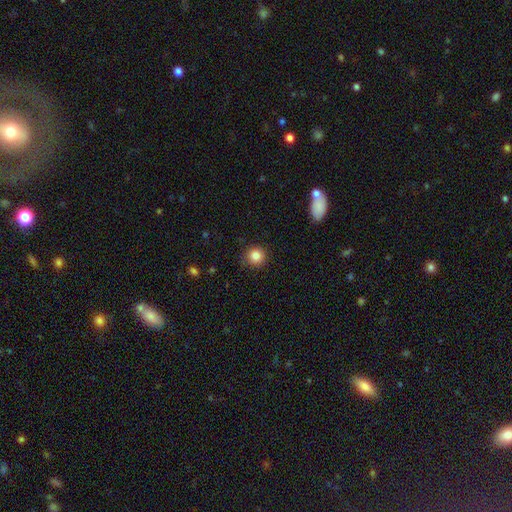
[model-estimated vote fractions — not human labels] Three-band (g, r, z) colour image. It shows a smooth galaxy with no disk features (85%) that is round (92%). Merging: none (88%).